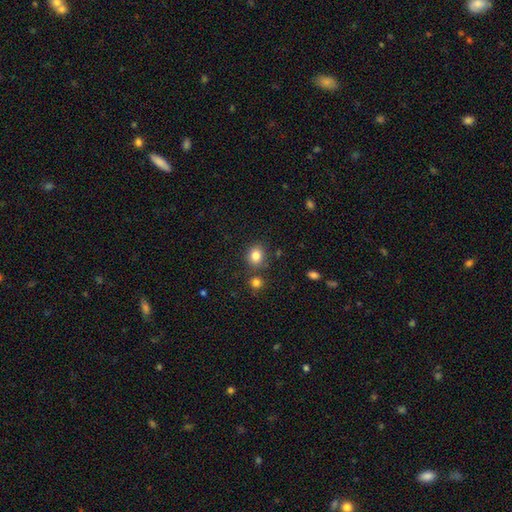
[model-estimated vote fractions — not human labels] Smooth or featured? smooth (83%)
How rounded? round (70%)
Merging? none (79%)